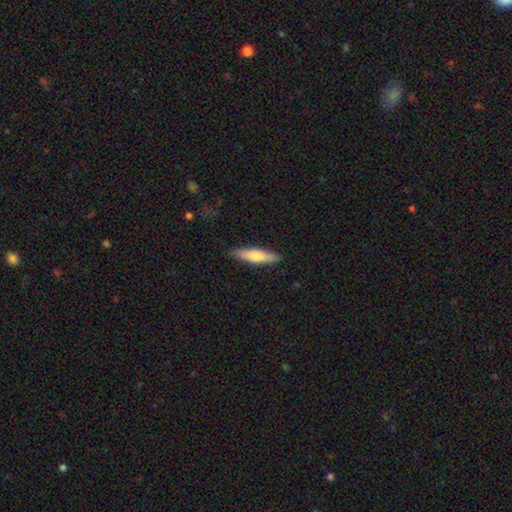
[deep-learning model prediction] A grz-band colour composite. It shows a smooth galaxy with no disk features (67%) that is cigar-shaped (81%). Merging: none (88%).